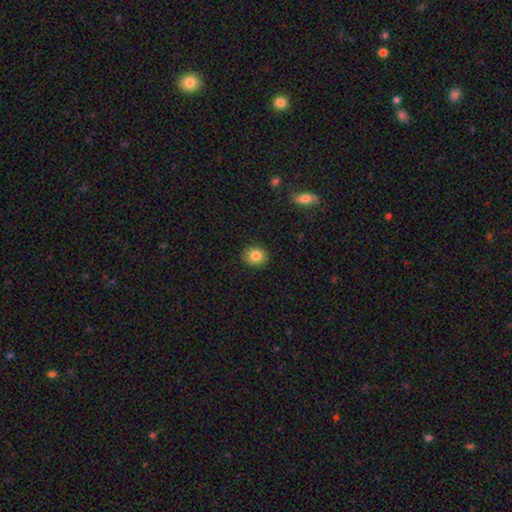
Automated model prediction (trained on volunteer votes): The model was most divided on "how rounded": round: 77%, in between: 22%, cigar-shaped: 1%. More confident: merging — none (90%); smooth or featured — smooth (83%).